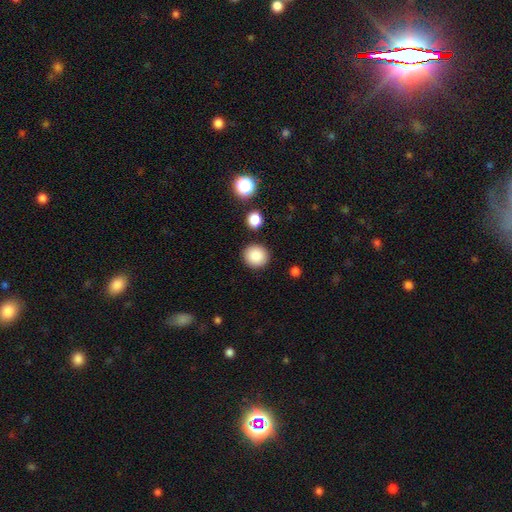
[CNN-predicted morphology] smooth-or-featured: smooth: 86% | star or artifact: 9% | featured or disk: 5%
  how-rounded: round: 91% | in between: 8% | cigar-shaped: 1%
  merging: none: 90% | minor disturbance: 6% | merger: 2% | major disturbance: 2%